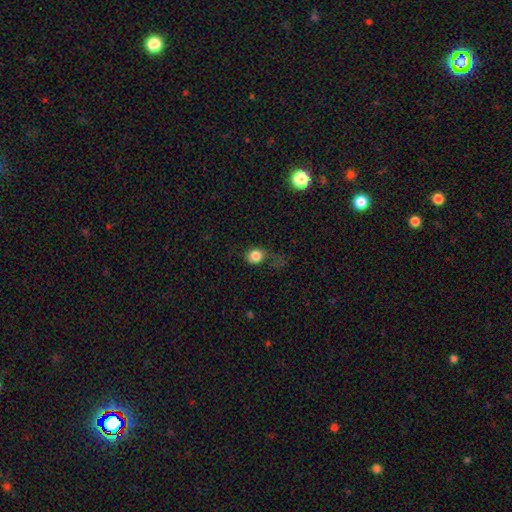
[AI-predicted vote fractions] smooth_or_featured: smooth (p=0.81) [alt: star or artifact p=0.10]
how_rounded: round (p=0.74) [alt: in between p=0.24]
merging: none (p=0.41) [alt: major disturbance p=0.32]